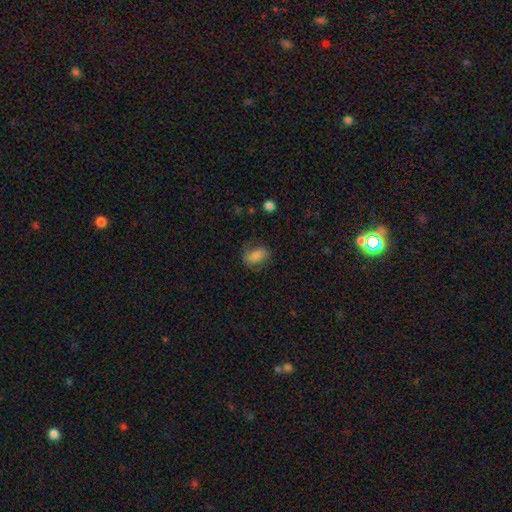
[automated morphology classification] This is likely a smooth galaxy (76%). How rounded: clearly in between (84%). Merging: likely none (68%).